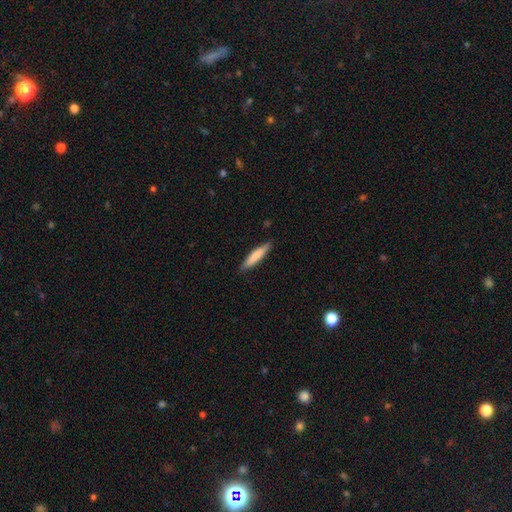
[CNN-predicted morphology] smooth 78%, featured or disk 17%, star or artifact 5%. Down the decision tree: how rounded — cigar-shaped (86%); merging — none (87%).